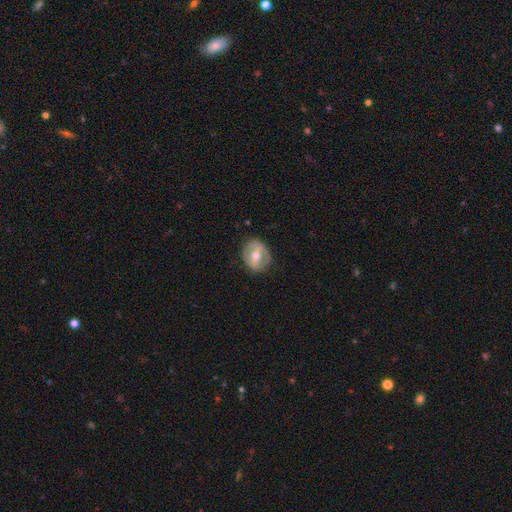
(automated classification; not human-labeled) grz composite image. It shows a featured or disk galaxy (58%) with a weak bar (37%, tied with strong), no spiral arms (63%) and a moderate central bulge (74%). Merging: none (78%).